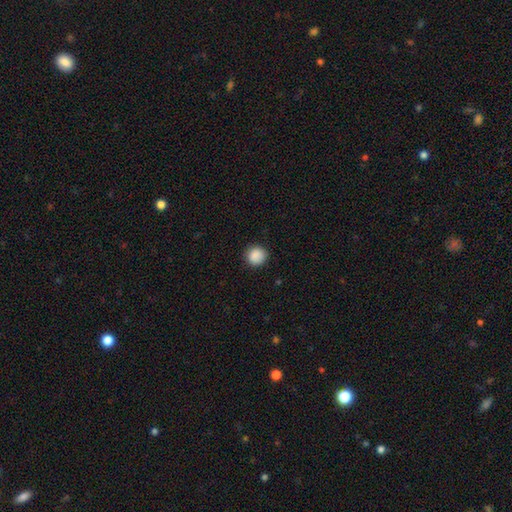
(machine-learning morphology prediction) The model was most divided on "smooth or featured": smooth: 89%, star or artifact: 9%, featured or disk: 3%. More confident: how rounded — round (93%); merging — none (90%).